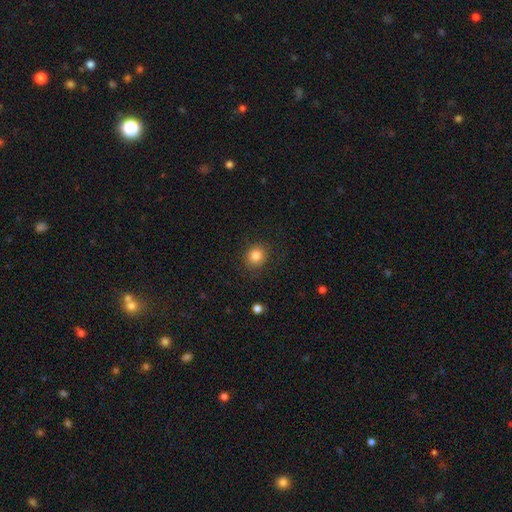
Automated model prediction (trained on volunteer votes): The model was most divided on "how rounded": round: 80%, in between: 19%, cigar-shaped: 1%. More confident: merging — none (86%); smooth or featured — smooth (84%).